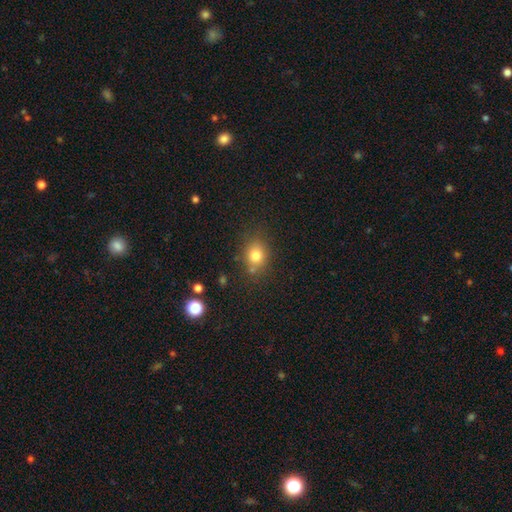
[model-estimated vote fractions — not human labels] smooth 79%, star or artifact 13%, featured or disk 9%. Down the decision tree: how rounded — round (58%); merging — none (72%).